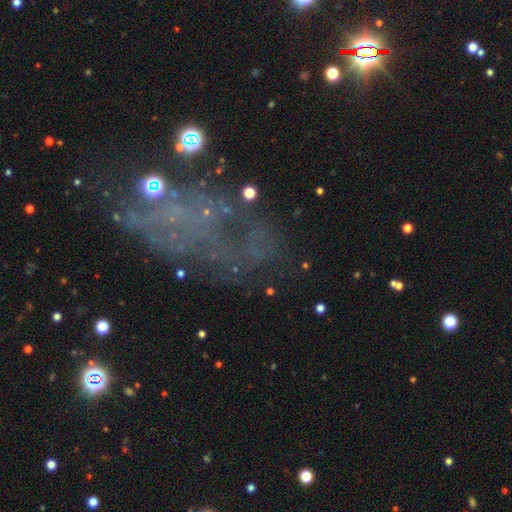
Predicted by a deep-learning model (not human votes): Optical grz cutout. It shows a featured or disk galaxy (43%). Merging: none (44%).